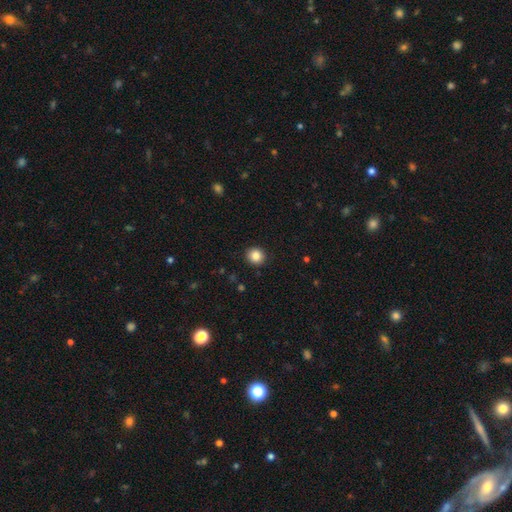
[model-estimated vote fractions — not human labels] smooth_or_featured: smooth (p=0.86) [alt: star or artifact p=0.10]
how_rounded: round (p=0.89) [alt: in between p=0.10]
merging: none (p=0.92) [alt: minor disturbance p=0.05]